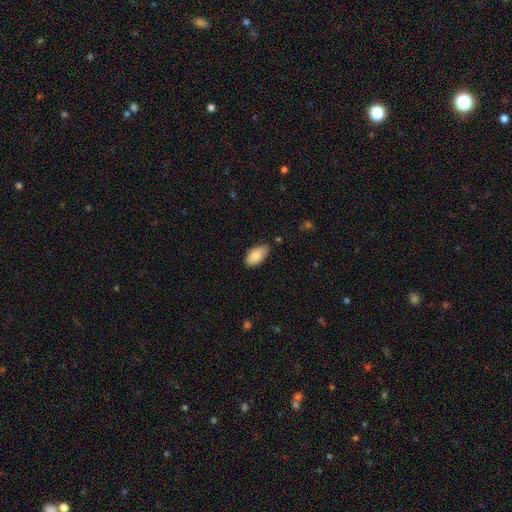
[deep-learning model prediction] The model was most divided on "merging": none: 76%, minor disturbance: 20%, major disturbance: 3%, merger: 2%. More confident: how rounded — in between (94%); smooth or featured — smooth (86%).